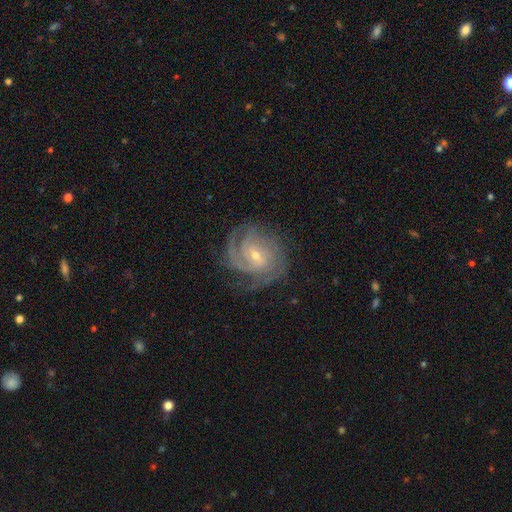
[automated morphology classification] type=featured or disk (89%); edge-on=no (97%); bar=no (51%); spiral arms=yes (98%); winding=tight (66%); arm count=3 (36%); bulge=small (66%); merging=none (73%).